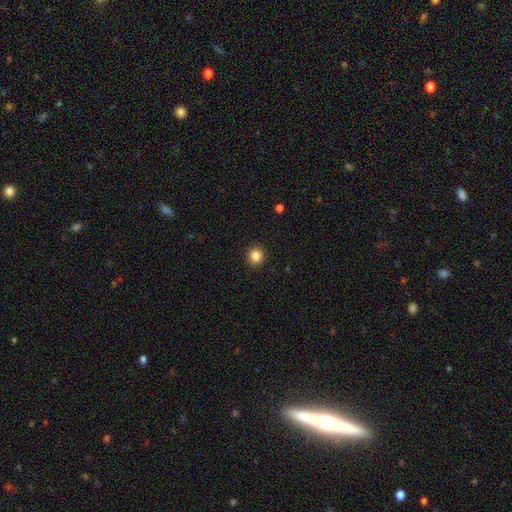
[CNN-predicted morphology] smooth-or-featured: smooth: 85% | star or artifact: 11% | featured or disk: 4%
  how-rounded: round: 92% | in between: 7% | cigar-shaped: 1%
  merging: none: 92% | minor disturbance: 5% | major disturbance: 2% | merger: 1%